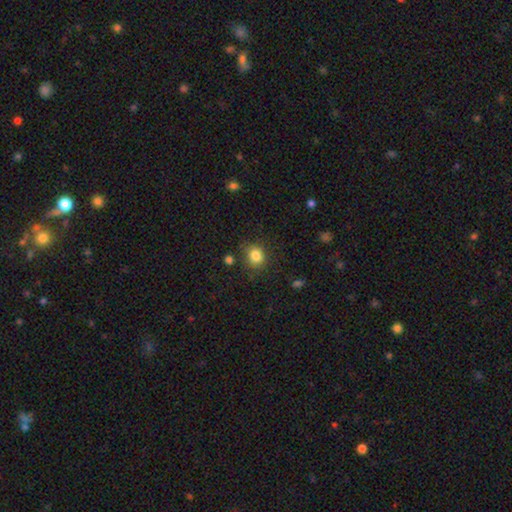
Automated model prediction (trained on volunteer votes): smooth 83%, star or artifact 11%, featured or disk 5%. Down the decision tree: how rounded — round (78%); merging — none (81%).